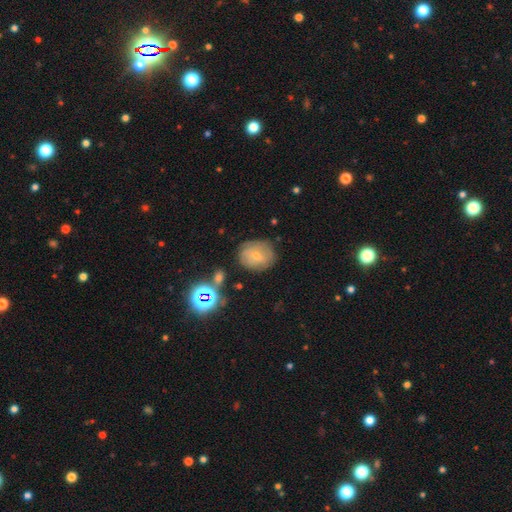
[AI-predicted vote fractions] smooth_or_featured: smooth (p=0.55) [alt: featured or disk p=0.33]
how_rounded: round (p=0.62) [alt: in between p=0.37]
merging: none (p=0.74) [alt: minor disturbance p=0.17]